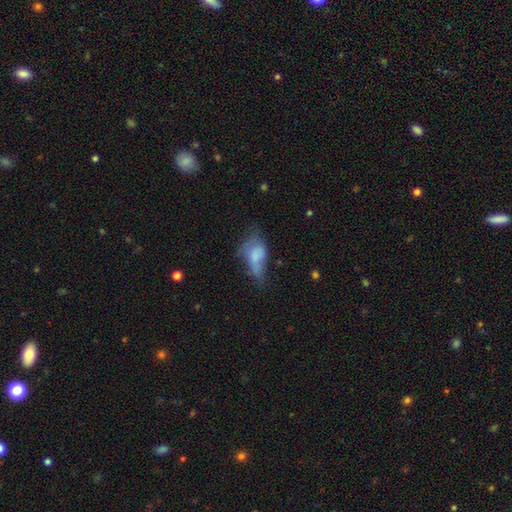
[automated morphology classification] smooth 62%, featured or disk 28%, star or artifact 11%. Down the decision tree: how rounded — in between (86%); merging — major disturbance (42%).